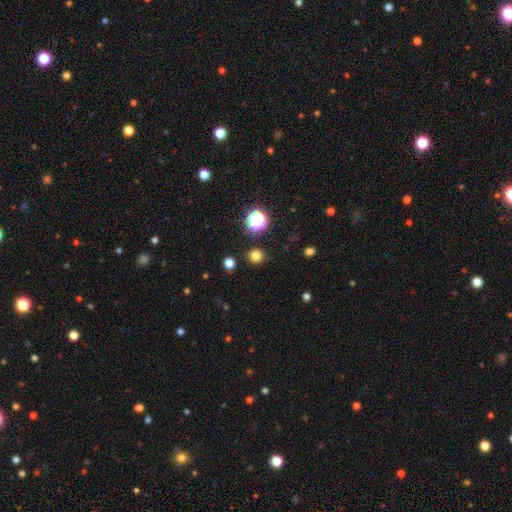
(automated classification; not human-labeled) smooth 78%, star or artifact 17%, featured or disk 5%. Down the decision tree: how rounded — round (91%); merging — none (90%).